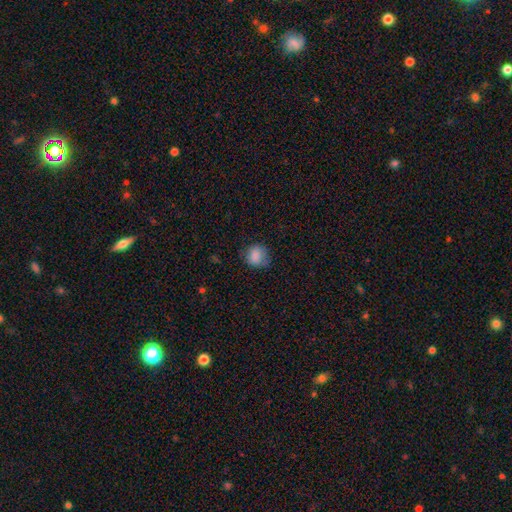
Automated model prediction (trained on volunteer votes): Q: Smooth or featured?
A: smooth (85%); runner-up: star or artifact (9%)
Q: How rounded?
A: round (75%); runner-up: in between (24%)
Q: Merging?
A: none (70%); runner-up: minor disturbance (22%)